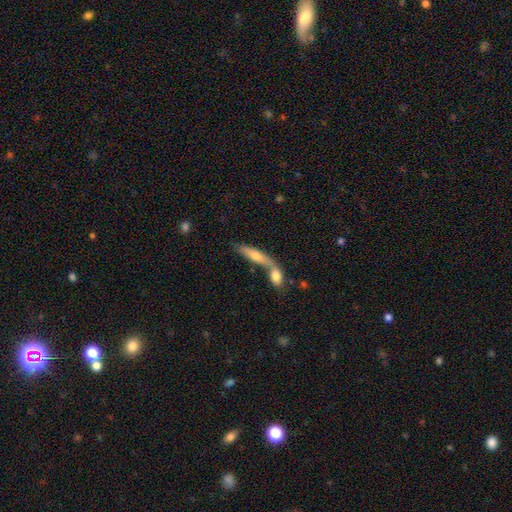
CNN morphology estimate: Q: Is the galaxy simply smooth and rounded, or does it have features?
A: smooth — 65%.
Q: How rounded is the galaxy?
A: cigar-shaped — 60%.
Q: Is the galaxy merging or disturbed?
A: merger — 57%.